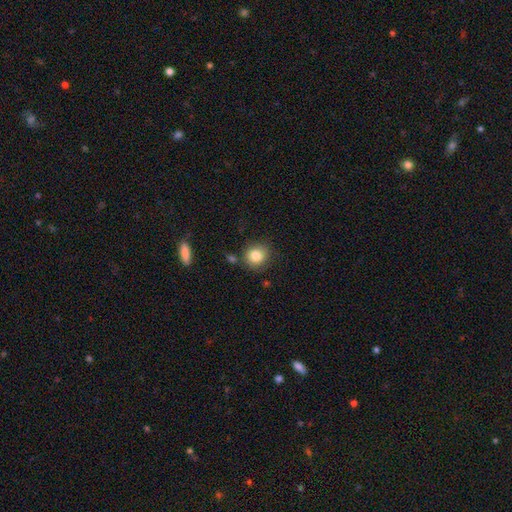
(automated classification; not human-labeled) Smooth or featured? smooth (83%)
How rounded? round (87%)
Merging? none (80%)